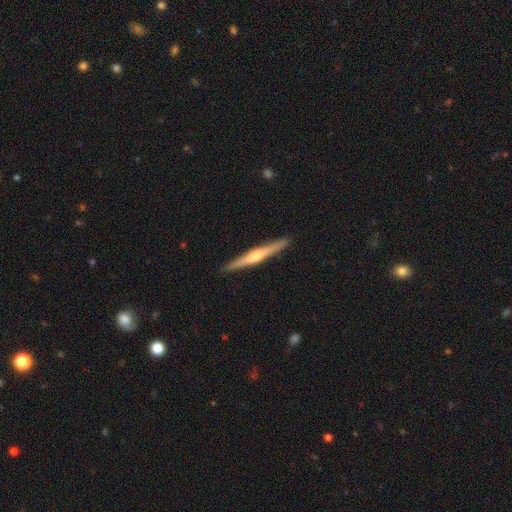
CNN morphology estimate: The model was most divided on "smooth or featured": featured or disk: 72%, smooth: 23%, star or artifact: 5%. More confident: edge-on disk — yes (98%); merging — none (92%); edge-on bulge — rounded (76%).